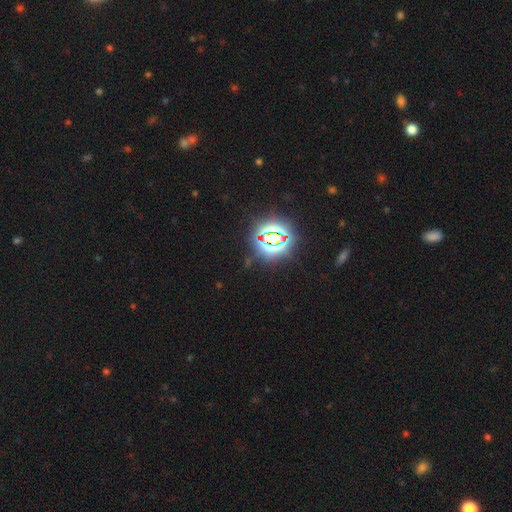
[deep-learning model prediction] This is clearly a star or artifact rather than a galaxy (82%).